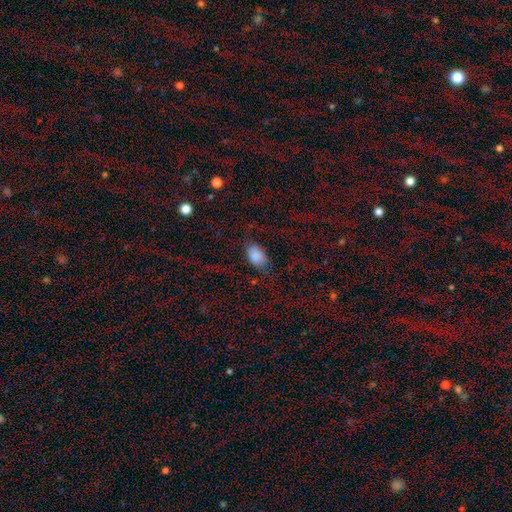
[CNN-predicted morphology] Smooth or featured: smooth — 70% (featured or disk — 16%)
How rounded: in between — 89% (round — 9%)
Merging: none — 58% (minor disturbance — 20%)